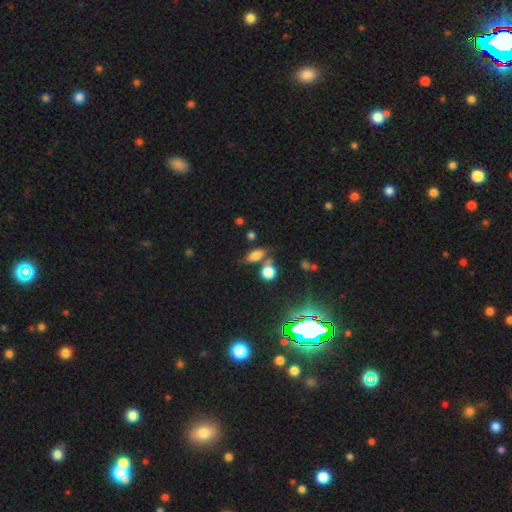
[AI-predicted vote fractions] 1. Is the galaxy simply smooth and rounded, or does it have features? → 72% smooth, 16% star or artifact, 12% featured or disk.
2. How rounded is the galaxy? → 77% in between, 12% cigar-shaped, 11% round.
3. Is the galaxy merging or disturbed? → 56% none, 21% merger, 16% minor disturbance, 7% major disturbance.